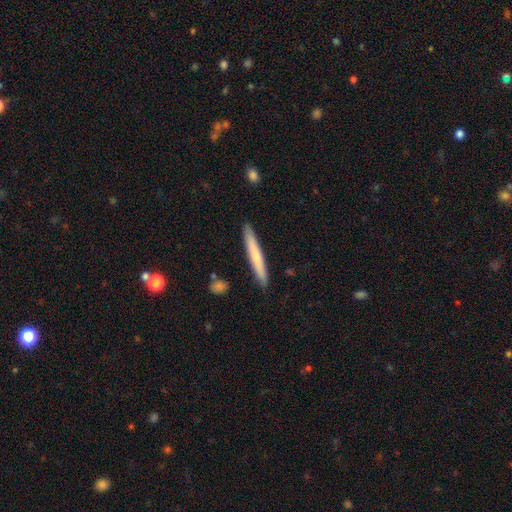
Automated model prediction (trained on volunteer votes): Morphology: type=smooth (50%); merging=none (89%).